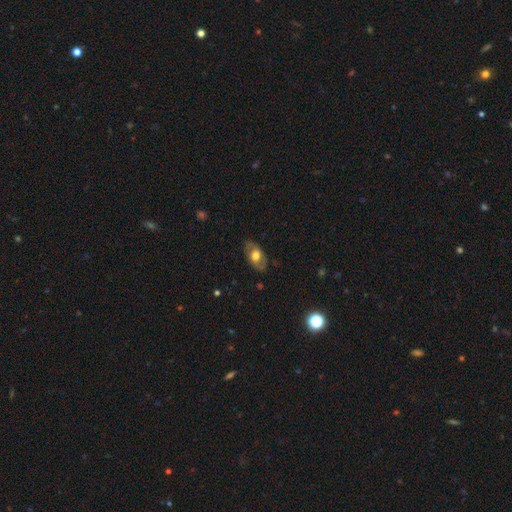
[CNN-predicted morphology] Q: Smooth or featured?
A: smooth (50%); runner-up: featured or disk (43%)
Q: How rounded?
A: in between (88%); runner-up: round (10%)
Q: Merging?
A: none (78%); runner-up: minor disturbance (16%)